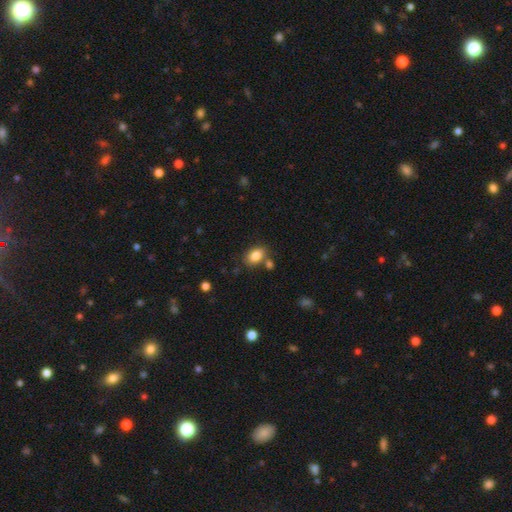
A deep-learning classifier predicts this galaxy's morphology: Smooth or featured? smooth (85%)
How rounded? in between (80%)
Merging? none (70%)